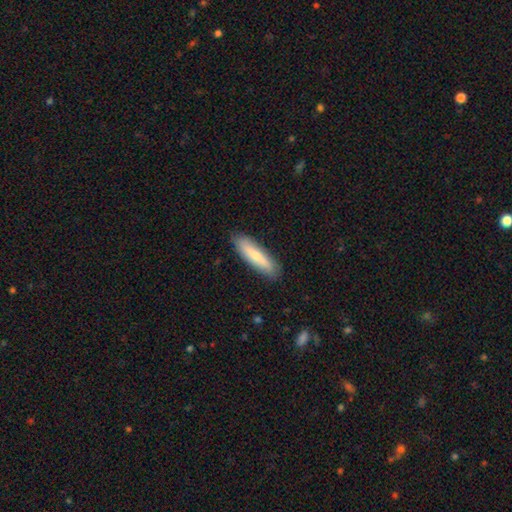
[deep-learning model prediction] This appears to be a smooth galaxy with no disk features (67%) that is cigar-shaped (75%). Merging: none (87%).